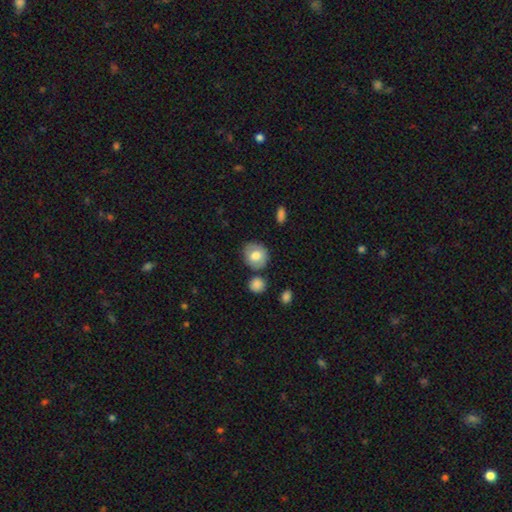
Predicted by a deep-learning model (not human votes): This is likely a smooth galaxy (71%). How rounded: likely round (73%). Merging: likely none (74%).